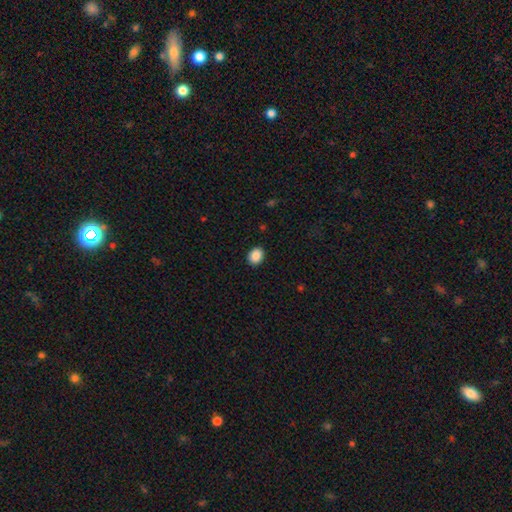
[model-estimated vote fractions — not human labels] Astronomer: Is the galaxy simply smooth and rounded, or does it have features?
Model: smooth — 89%.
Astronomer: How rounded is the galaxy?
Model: in between — 53% (runner-up: round, 46%).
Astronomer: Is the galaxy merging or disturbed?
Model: none — 90%.